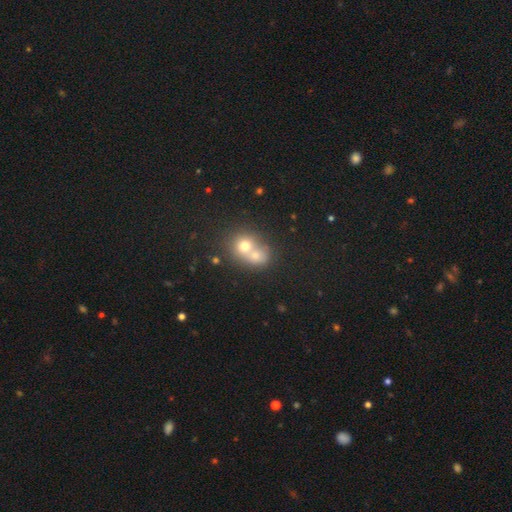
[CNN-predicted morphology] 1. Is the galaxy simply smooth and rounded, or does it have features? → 68% smooth, 20% featured or disk, 12% star or artifact.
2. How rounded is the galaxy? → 69% round, 30% in between, 1% cigar-shaped.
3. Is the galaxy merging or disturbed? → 69% merger, 23% none, 5% minor disturbance, 3% major disturbance.